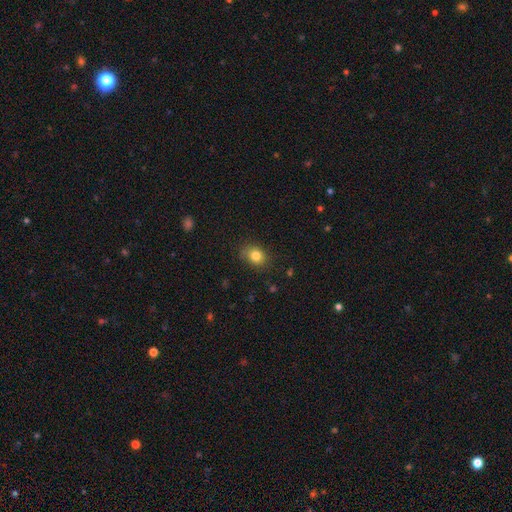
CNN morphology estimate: This is clearly a smooth galaxy (82%). How rounded: possibly round (53%). Merging: likely none (79%).